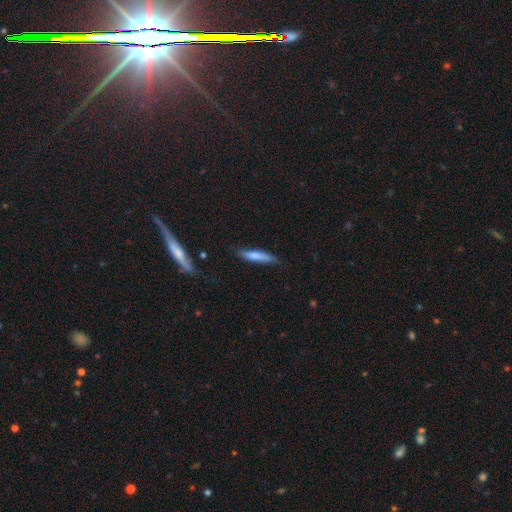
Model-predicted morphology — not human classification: A smooth galaxy with no disk features (72%) that is cigar-shaped (87%). Merging: none (78%).